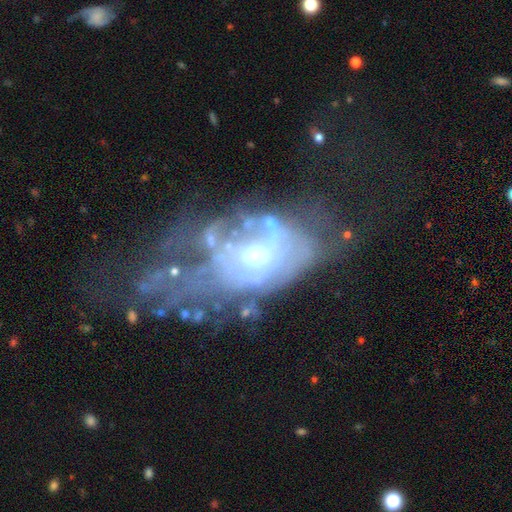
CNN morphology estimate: This is likely a featured or disk galaxy (71%). It is clearly not viewed edge-on (96%). Bar: likely no (72%). Spiral arm pattern: likely no (61%). Central bulge: likely moderate (64%). Merging: possibly major disturbance (49%).